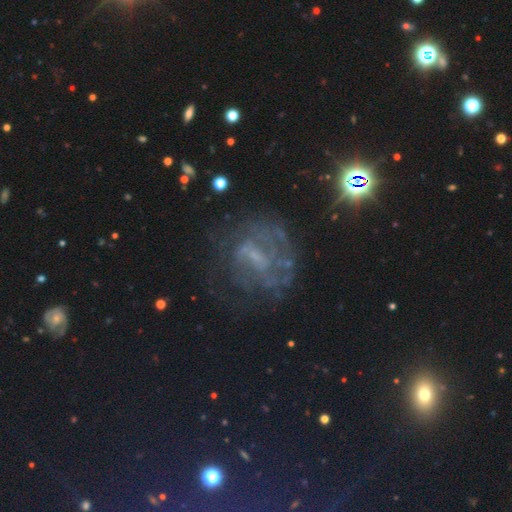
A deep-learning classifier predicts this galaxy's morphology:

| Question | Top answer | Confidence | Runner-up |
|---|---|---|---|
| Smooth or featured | featured or disk | 65% | star or artifact (21%) |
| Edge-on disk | no | 97% | yes (3%) |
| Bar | weak | 44% | no (41%) |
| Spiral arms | yes | 61% | no (39%) |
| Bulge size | small | 46% | none (35%) |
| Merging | none | 60% | major disturbance (21%) |